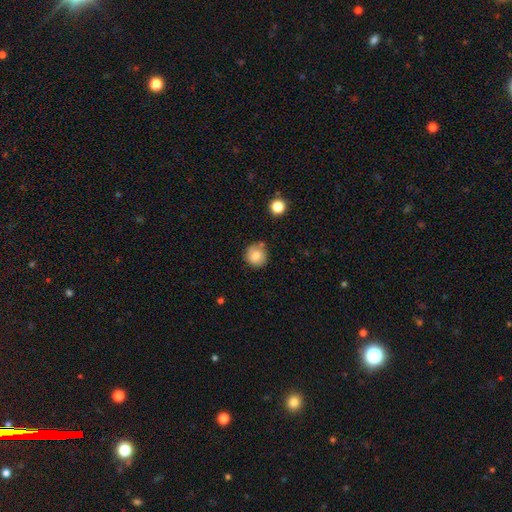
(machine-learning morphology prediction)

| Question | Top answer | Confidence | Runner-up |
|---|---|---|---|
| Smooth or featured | smooth | 82% | star or artifact (9%) |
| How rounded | round | 91% | in between (8%) |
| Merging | none | 72% | minor disturbance (17%) |